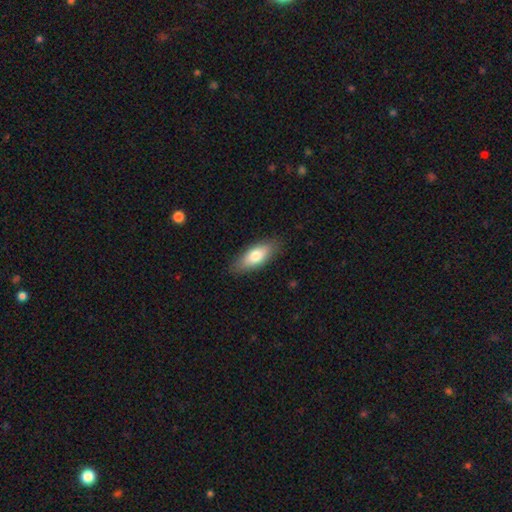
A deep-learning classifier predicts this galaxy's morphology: A smooth galaxy with no disk features (76%) that is in between round and cigar-shaped (76%).

Vote fractions:
- Smooth or featured? smooth: 76% / featured or disk: 18% / star or artifact: 6%
- How rounded? in between: 76% / cigar-shaped: 22% / round: 2%
- Merging? none: 85% / minor disturbance: 11% / major disturbance: 2% / merger: 1%